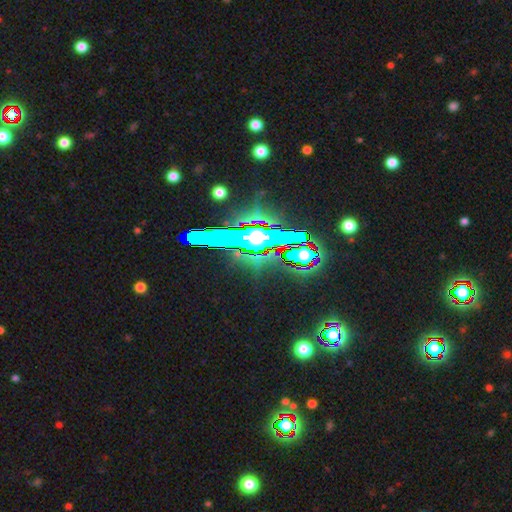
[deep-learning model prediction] The model was most divided on "smooth or featured": star or artifact: 65%, featured or disk: 22%, smooth: 13%.